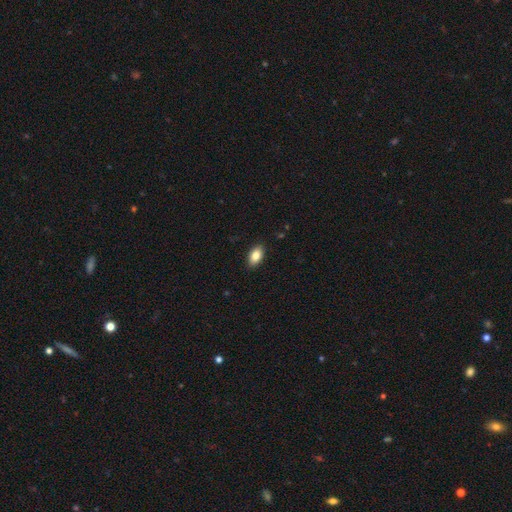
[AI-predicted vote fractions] Smooth or featured?
  - smooth: 85% *
  - featured or disk: 8%
  - star or artifact: 7%
How rounded?
  - in between: 92% *
  - round: 5%
  - cigar-shaped: 3%
Merging?
  - none: 89% *
  - minor disturbance: 8%
  - major disturbance: 2%
  - merger: 1%